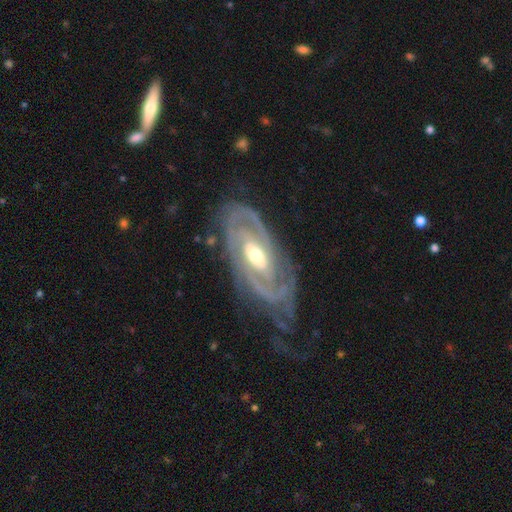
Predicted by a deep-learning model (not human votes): Morphology: type=featured or disk (90%); edge-on=no (95%); bar=no (45%); spiral arms=yes (96%); winding=tight (69%); arm count=2 (55%); bulge=moderate (62%); merging=none (66%).